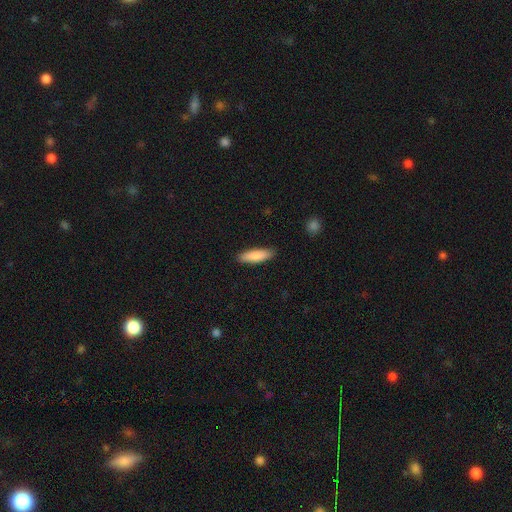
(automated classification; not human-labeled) The model was most divided on "how rounded": cigar-shaped: 62%, in between: 37%, round: 1%. More confident: merging — none (88%); smooth or featured — smooth (86%).